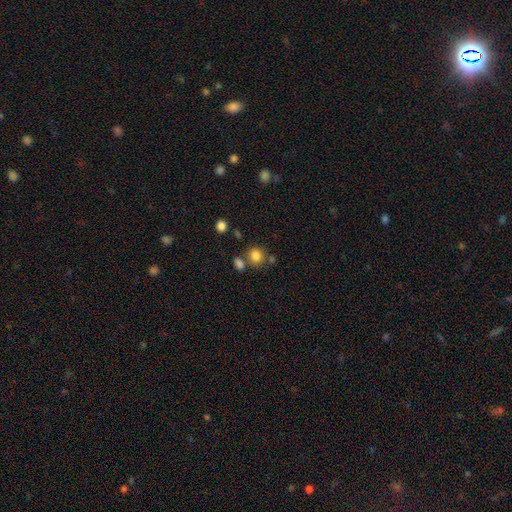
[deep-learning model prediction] Smooth or featured? smooth (82%)
How rounded? round (72%)
Merging? none (66%)